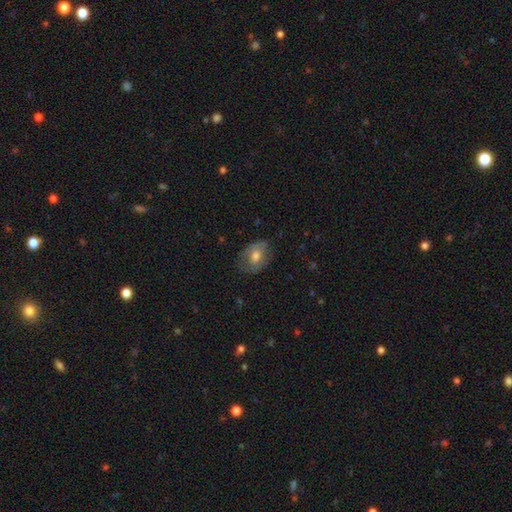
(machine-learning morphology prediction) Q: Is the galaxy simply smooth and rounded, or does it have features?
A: smooth — 55%.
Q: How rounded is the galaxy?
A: in between — 70%.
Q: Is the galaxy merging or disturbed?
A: none — 65%.